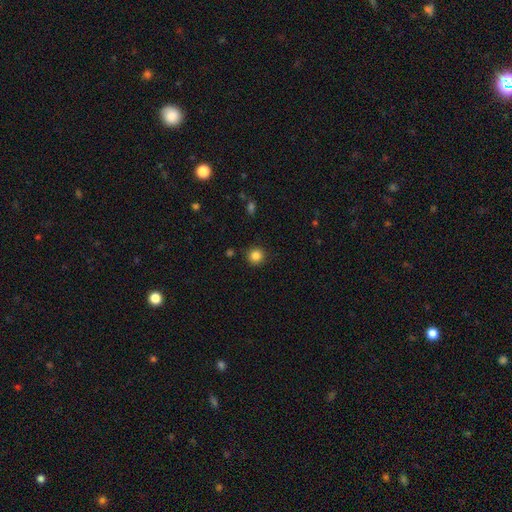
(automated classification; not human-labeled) Smooth or featured? smooth (85%)
How rounded? round (94%)
Merging? none (91%)